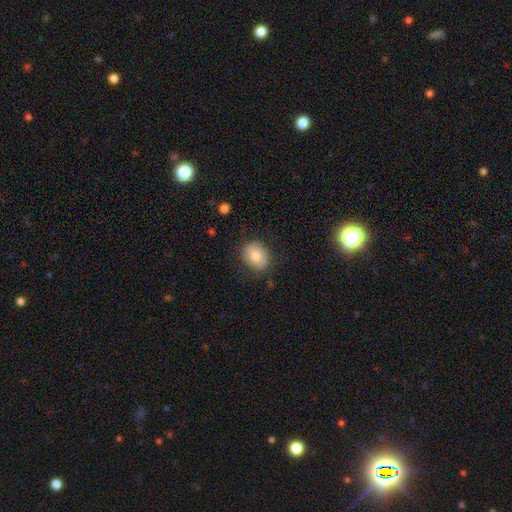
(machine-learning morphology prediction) Smooth or featured? smooth (76%)
How rounded? in between (52%)
Merging? none (81%)